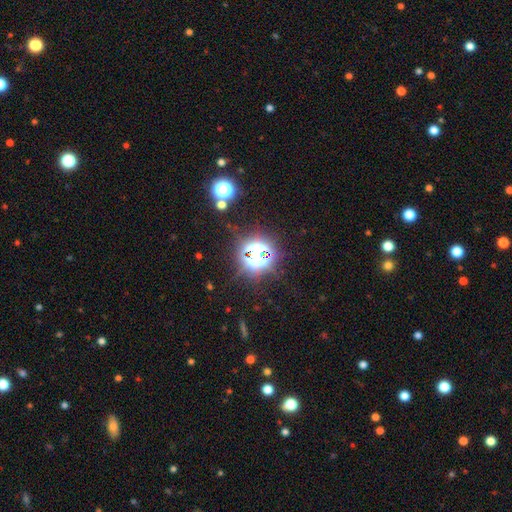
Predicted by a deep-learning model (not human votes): The model was most divided on "smooth or featured": star or artifact: 71%, smooth: 19%, featured or disk: 10%.